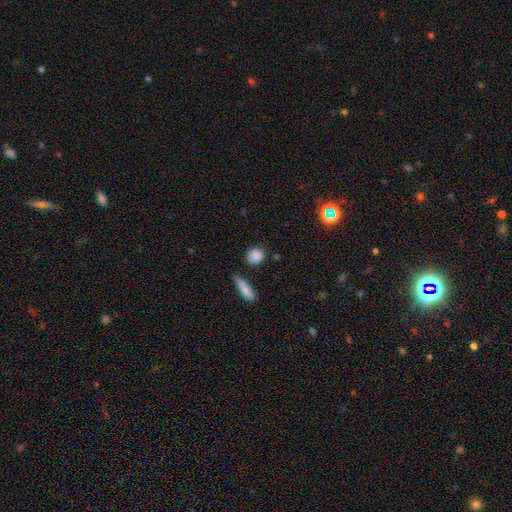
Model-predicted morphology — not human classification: Q: Smooth or featured?
A: smooth (85%); runner-up: star or artifact (10%)
Q: How rounded?
A: round (70%); runner-up: in between (25%)
Q: Merging?
A: none (71%); runner-up: minor disturbance (19%)